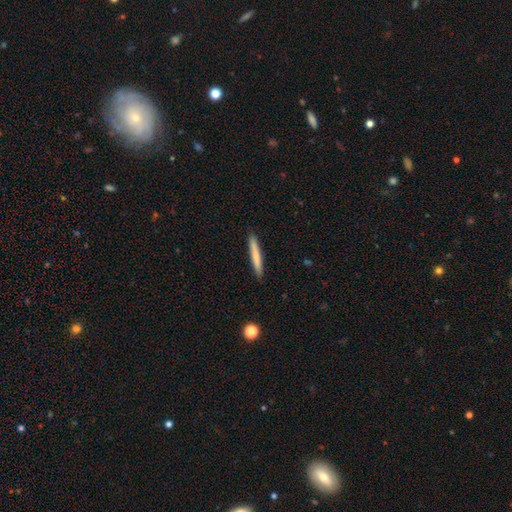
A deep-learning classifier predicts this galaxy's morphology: smooth-or-featured: smooth: 75% | featured or disk: 19% | star or artifact: 6%
  how-rounded: cigar-shaped: 96% | in between: 3% | round: 1%
  merging: none: 91% | minor disturbance: 7% | major disturbance: 1% | merger: 1%